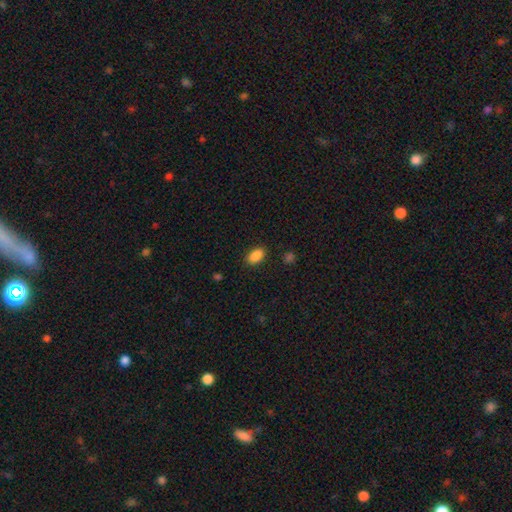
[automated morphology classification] smooth_or_featured: smooth (p=0.89) [alt: star or artifact p=0.08]
how_rounded: in between (p=0.92) [alt: round p=0.06]
merging: none (p=0.88) [alt: minor disturbance p=0.09]